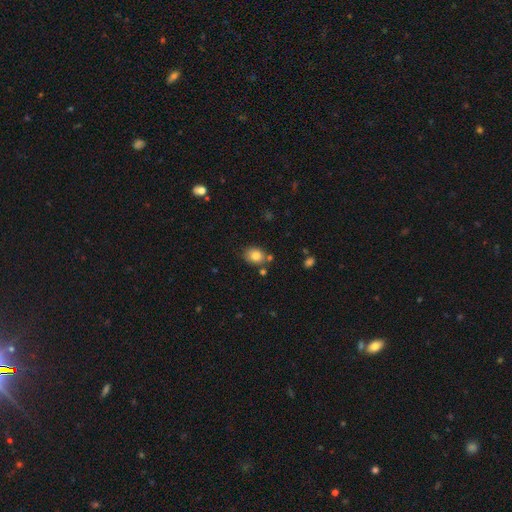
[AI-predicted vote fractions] Morphology: type=smooth (81%); roundness=round (53%); merging=none (74%).